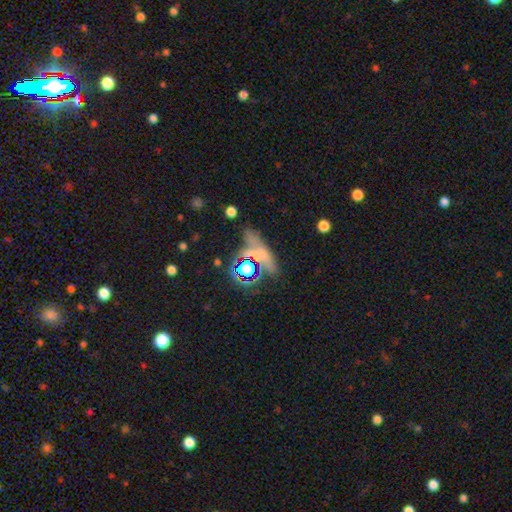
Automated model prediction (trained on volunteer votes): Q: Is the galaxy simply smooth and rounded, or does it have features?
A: star or artifact — 52%.